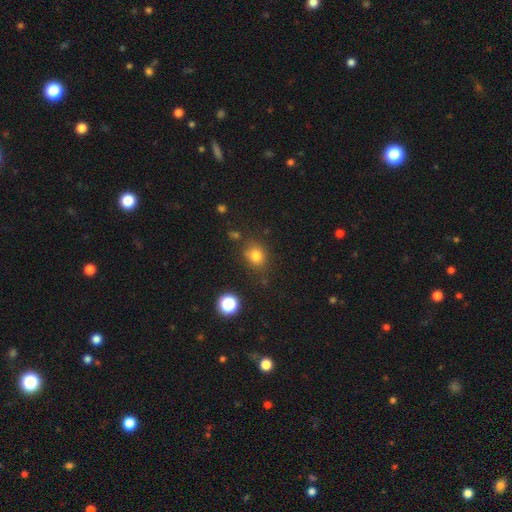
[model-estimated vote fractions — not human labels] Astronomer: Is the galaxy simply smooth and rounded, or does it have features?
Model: smooth — 79%.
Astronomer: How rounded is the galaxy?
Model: round — 66%.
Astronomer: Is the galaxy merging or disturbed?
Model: none — 75%.